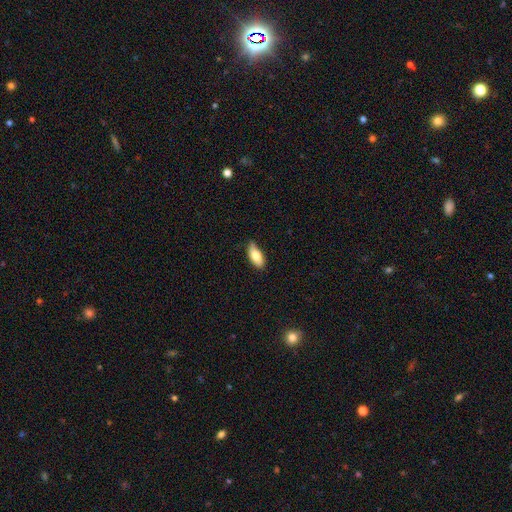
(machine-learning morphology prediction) smooth 78%, featured or disk 15%, star or artifact 6%. Down the decision tree: how rounded — in between (85%); merging — none (69%).